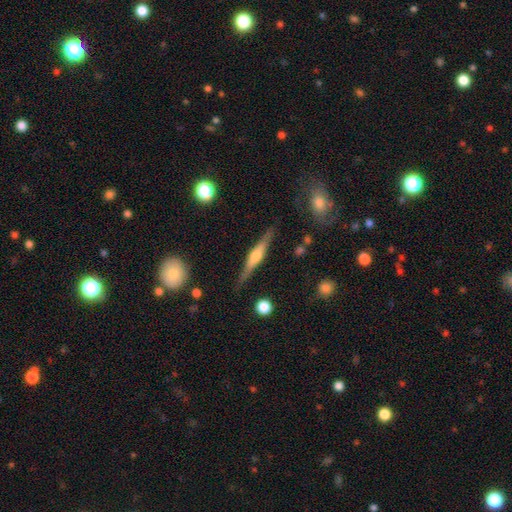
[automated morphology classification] featured or disk 71%, smooth 23%, star or artifact 6%. Down the decision tree: edge-on disk — yes (97%); edge-on bulge — rounded (82%); merging — none (87%).